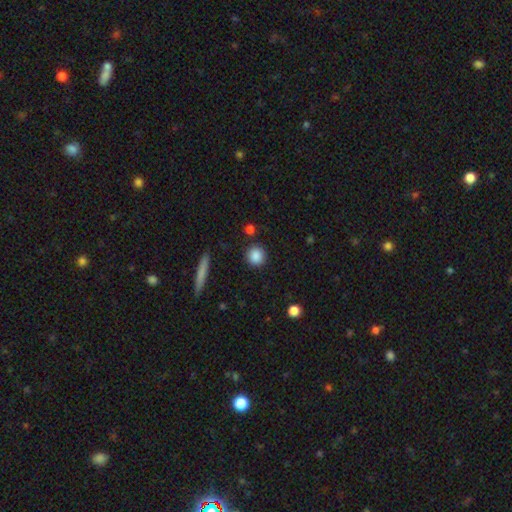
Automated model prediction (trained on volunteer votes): A smooth galaxy with no disk features (87%) that is round (89%).

Vote fractions:
- Smooth or featured? smooth: 87% / star or artifact: 8% / featured or disk: 5%
- How rounded? round: 89% / in between: 9% / cigar-shaped: 2%
- Merging? none: 89% / minor disturbance: 7% / merger: 3% / major disturbance: 2%